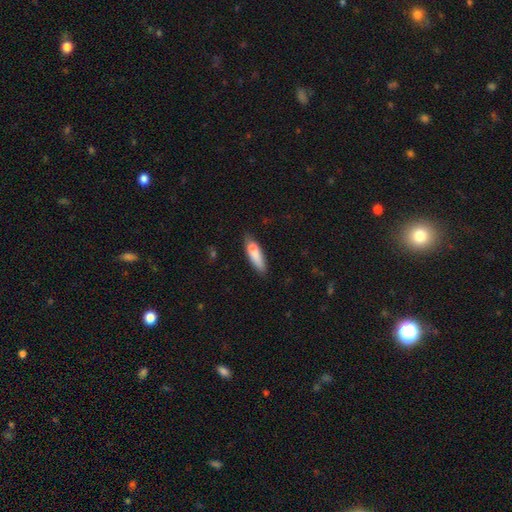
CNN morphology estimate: The model was most divided on "how rounded": cigar-shaped: 63%, in between: 36%, round: 2%. More confident: smooth or featured — smooth (81%); merging — none (72%).